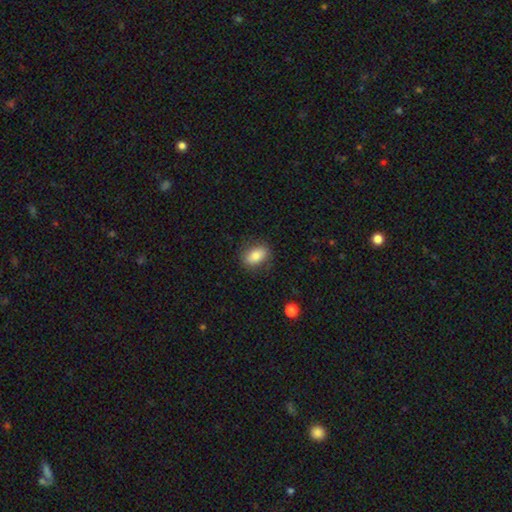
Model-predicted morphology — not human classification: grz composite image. It shows a smooth galaxy with no disk features (81%) that is in between round and cigar-shaped (84%). Merging: none (83%).